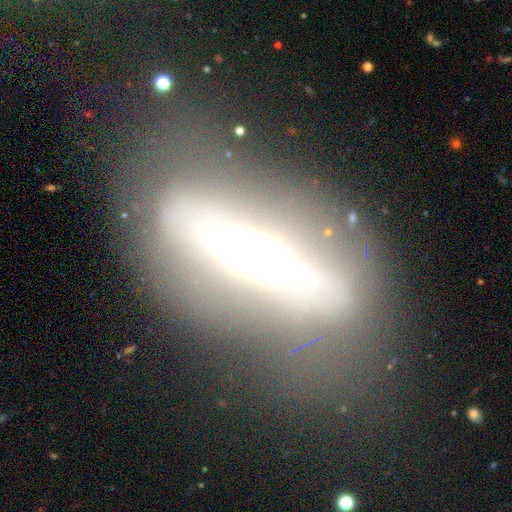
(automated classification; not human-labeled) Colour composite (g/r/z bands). It shows a featured or disk galaxy (62%) viewed edge-on (56%). Merging: none (57%).